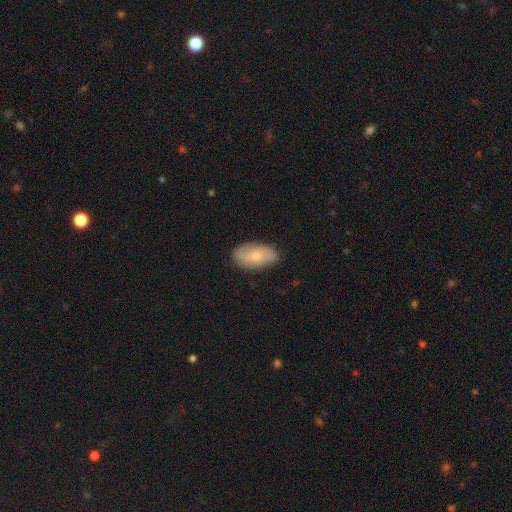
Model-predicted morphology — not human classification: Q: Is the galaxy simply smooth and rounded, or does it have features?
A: smooth — 67%.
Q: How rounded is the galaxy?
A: in between — 93%.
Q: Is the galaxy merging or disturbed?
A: none — 80%.